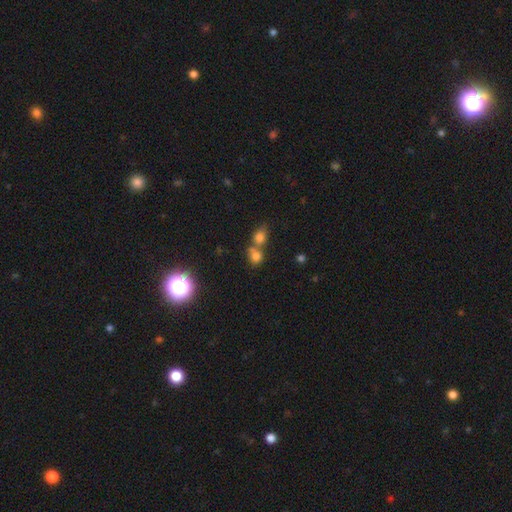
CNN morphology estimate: Smooth or featured: smooth — 73% (star or artifact — 17%)
How rounded: round — 70% (in between — 29%)
Merging: merger — 51% (none — 38%)